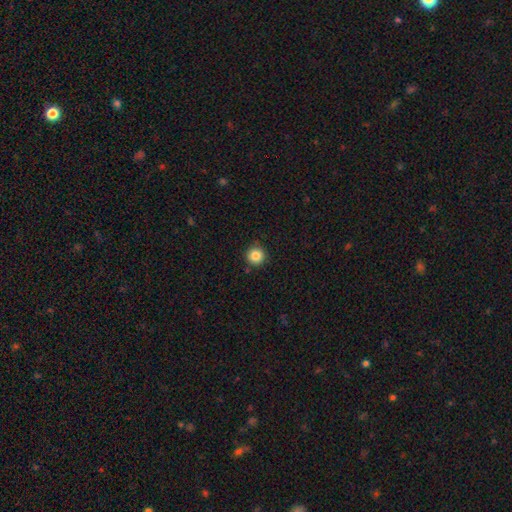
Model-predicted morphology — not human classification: Smooth or featured: smooth — 85% (star or artifact — 10%)
How rounded: round — 96% (in between — 3%)
Merging: none — 89% (minor disturbance — 7%)